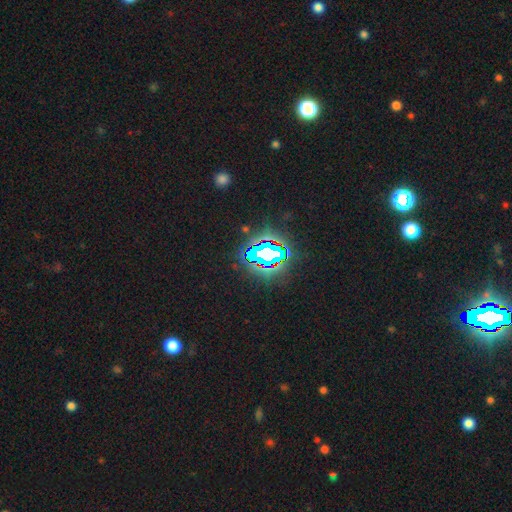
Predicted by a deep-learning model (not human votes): smooth_or_featured: star or artifact (p=0.84) [alt: smooth p=0.10]